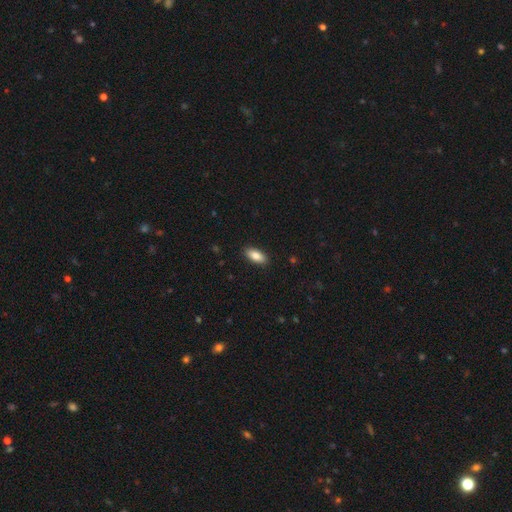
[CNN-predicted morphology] A smooth galaxy with no disk features (86%) that is in between round and cigar-shaped (87%).

Vote fractions:
- Smooth or featured? smooth: 86% / featured or disk: 8% / star or artifact: 6%
- How rounded? in between: 87% / cigar-shaped: 11% / round: 2%
- Merging? none: 89% / minor disturbance: 8% / major disturbance: 2% / merger: 1%